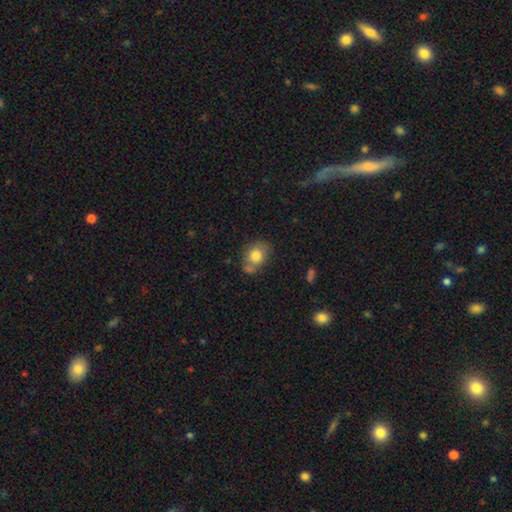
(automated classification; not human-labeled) The model was most divided on "how rounded": in between: 58%, round: 41%, cigar-shaped: 1%. More confident: smooth or featured — smooth (76%); merging — none (54%).